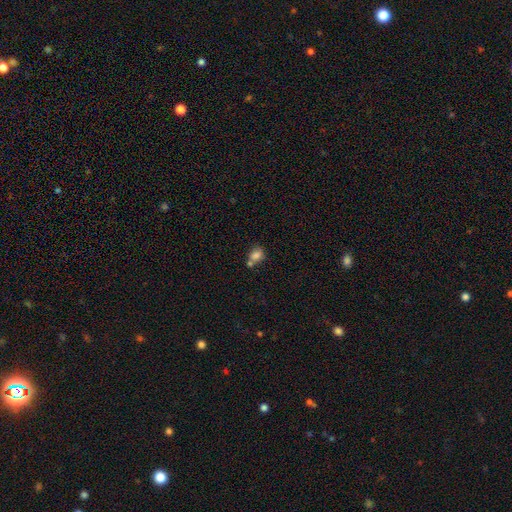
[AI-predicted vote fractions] The model was most divided on "merging": none: 44%, merger: 38%, minor disturbance: 13%, major disturbance: 5%. More confident: smooth or featured — smooth (80%); how rounded — round (58%).